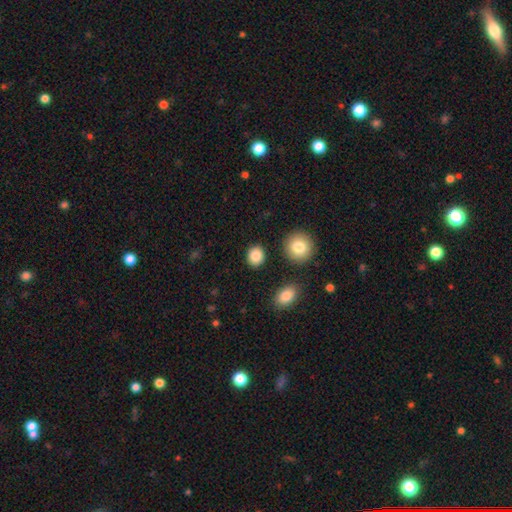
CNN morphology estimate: Smooth or featured?
  - smooth: 86% *
  - star or artifact: 9%
  - featured or disk: 5%
How rounded?
  - round: 71% *
  - in between: 28%
  - cigar-shaped: 1%
Merging?
  - none: 88% *
  - minor disturbance: 7%
  - merger: 3%
  - major disturbance: 2%